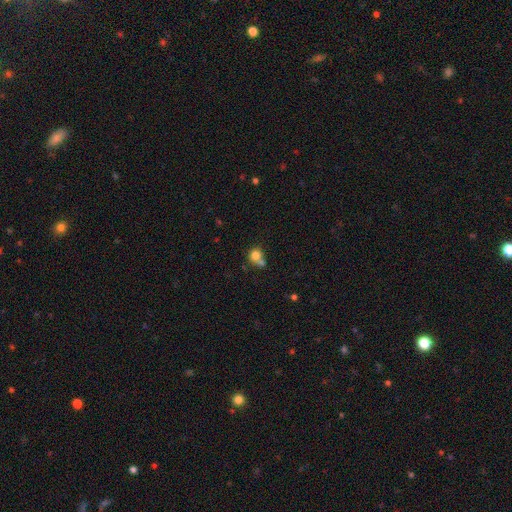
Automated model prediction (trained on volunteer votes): Smooth or featured?
  - smooth: 78% *
  - star or artifact: 11%
  - featured or disk: 10%
How rounded?
  - round: 83% *
  - in between: 16%
  - cigar-shaped: 1%
Merging?
  - none: 44% *
  - merger: 41%
  - minor disturbance: 10%
  - major disturbance: 5%